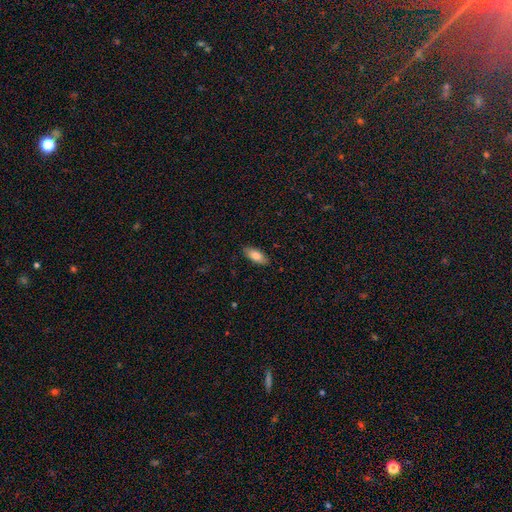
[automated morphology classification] This is clearly a smooth galaxy (80%). How rounded: clearly in between (84%). Merging: clearly none (87%).